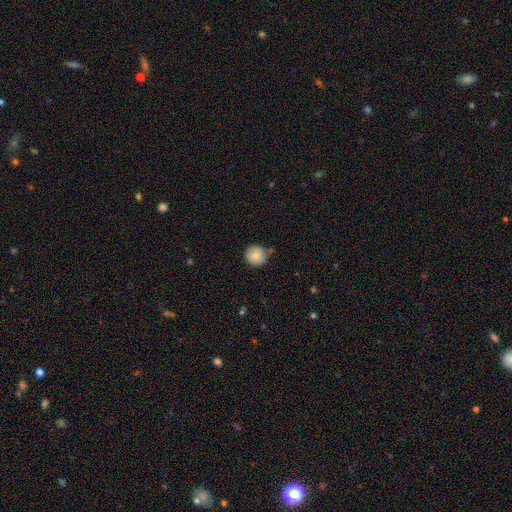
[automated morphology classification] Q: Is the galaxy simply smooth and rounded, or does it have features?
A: smooth — 80%.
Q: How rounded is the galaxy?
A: round — 94%.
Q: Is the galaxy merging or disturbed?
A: none — 72%.